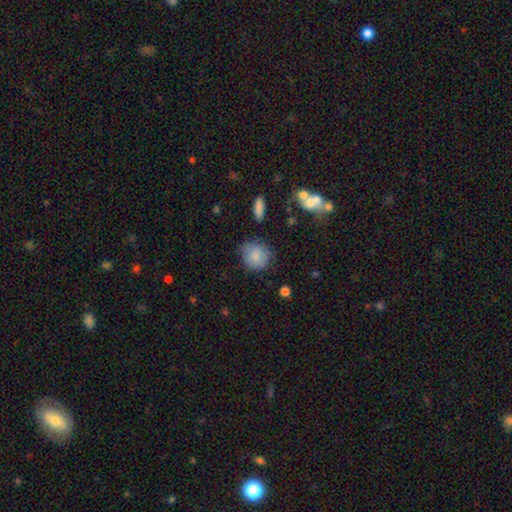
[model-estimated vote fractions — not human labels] This is clearly a smooth galaxy (83%). How rounded: clearly round (85%). Merging: likely none (73%).